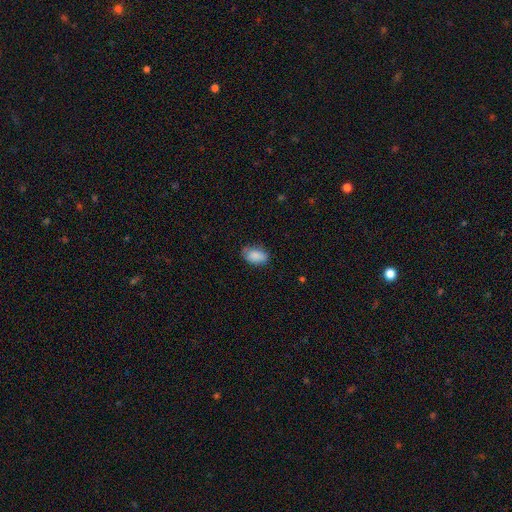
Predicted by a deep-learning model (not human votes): This appears to be a smooth galaxy with no disk features (85%) that is in between round and cigar-shaped (90%). Merging: none (72%).